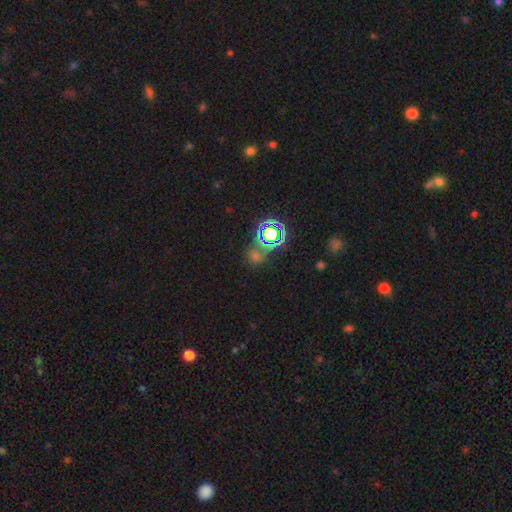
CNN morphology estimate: Q: Smooth or featured?
A: star or artifact (59%); runner-up: smooth (33%)